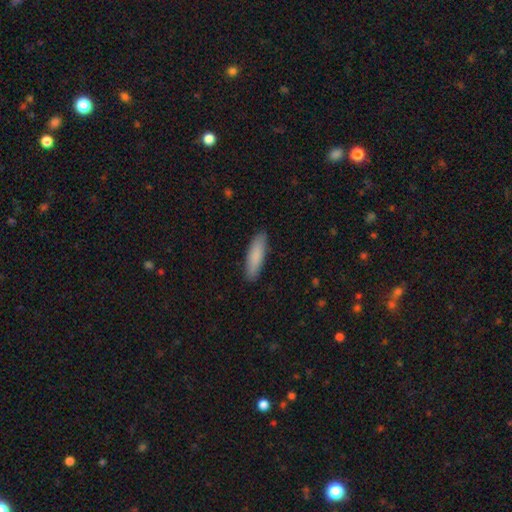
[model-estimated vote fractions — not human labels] smooth_or_featured: smooth (p=0.86) [alt: featured or disk p=0.09]
how_rounded: cigar-shaped (p=0.67) [alt: in between p=0.32]
merging: none (p=0.89) [alt: minor disturbance p=0.08]